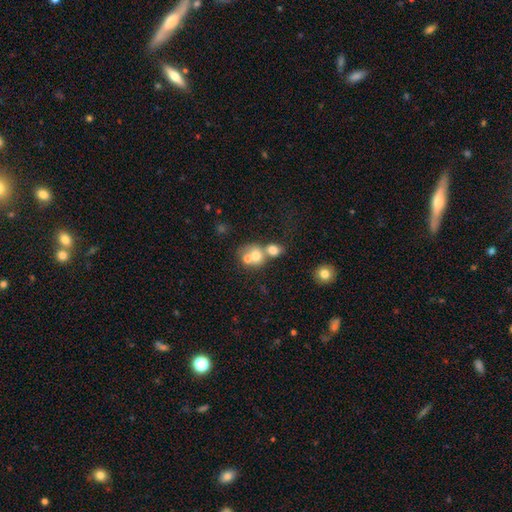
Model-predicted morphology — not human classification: This is likely a smooth galaxy (66%). How rounded: likely round (70%). Merging: likely merger (62%).